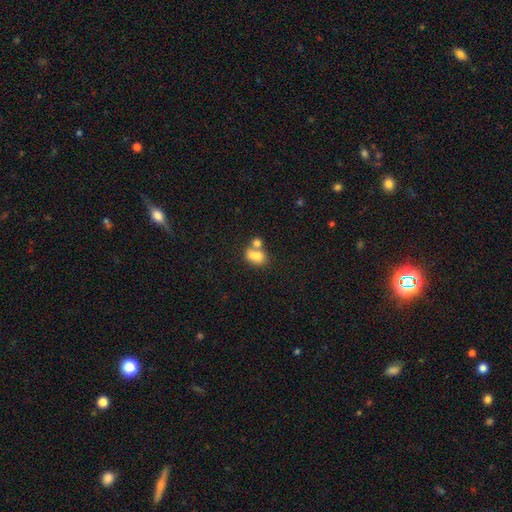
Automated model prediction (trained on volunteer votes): Morphology: type=smooth (75%); roundness=in between (68%); merging=merger (57%).